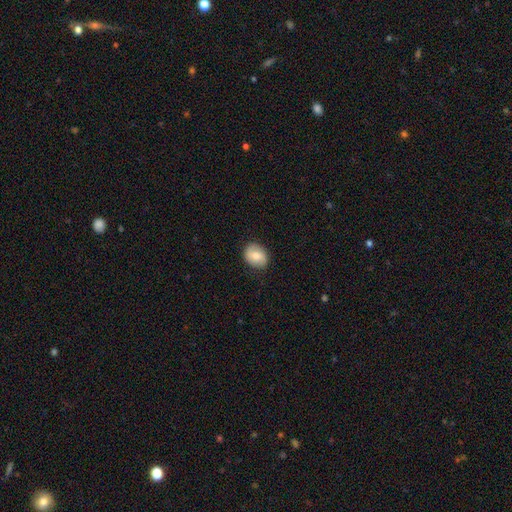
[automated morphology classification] smooth_or_featured: smooth (p=0.73) [alt: featured or disk p=0.20]
how_rounded: in between (p=0.52) [alt: round p=0.47]
merging: none (p=0.85) [alt: minor disturbance p=0.12]